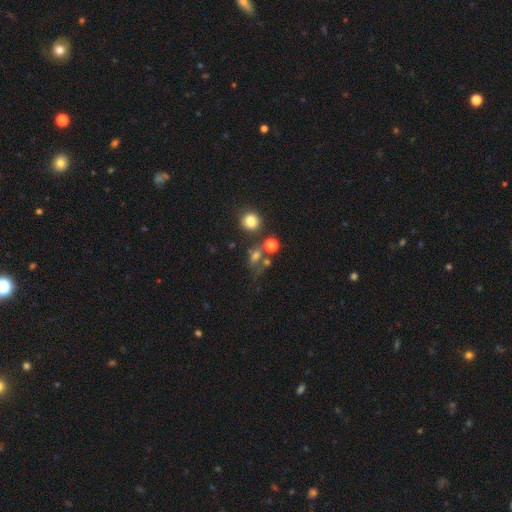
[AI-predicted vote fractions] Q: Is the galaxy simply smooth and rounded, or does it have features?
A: smooth — 63%.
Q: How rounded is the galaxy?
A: round — 50%.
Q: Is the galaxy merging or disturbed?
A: none — 43%.